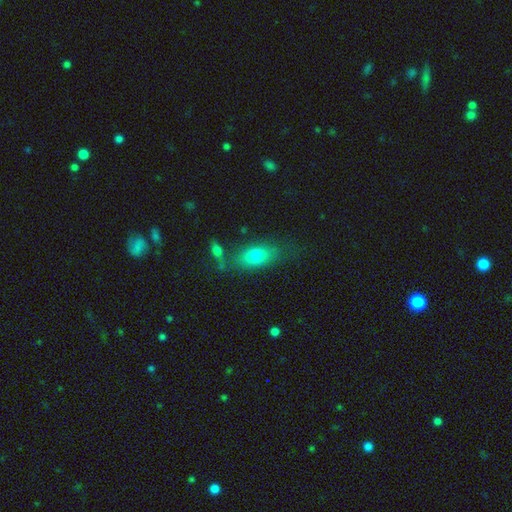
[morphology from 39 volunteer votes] This appears to be a smooth galaxy with no disk features (72%) that is in between round and cigar-shaped (86%). Merging: none (74%).